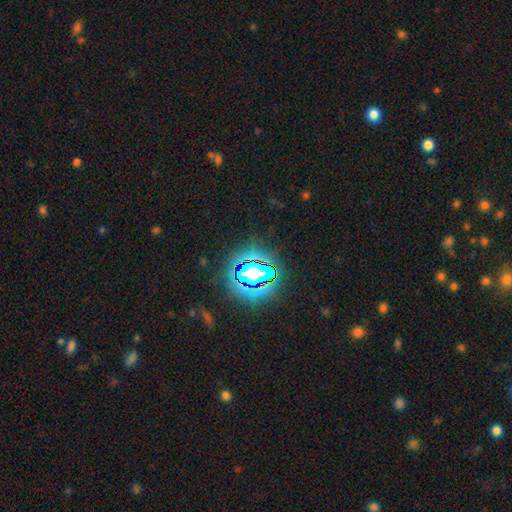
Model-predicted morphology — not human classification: Smooth or featured?
  - star or artifact: 73% *
  - smooth: 16%
  - featured or disk: 11%